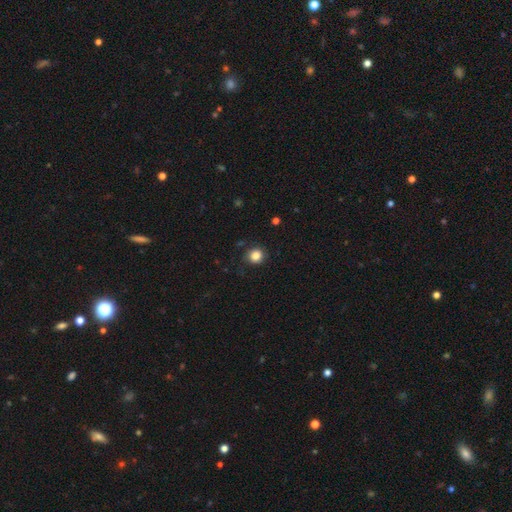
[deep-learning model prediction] Smooth or featured? smooth (84%)
How rounded? round (87%)
Merging? none (82%)